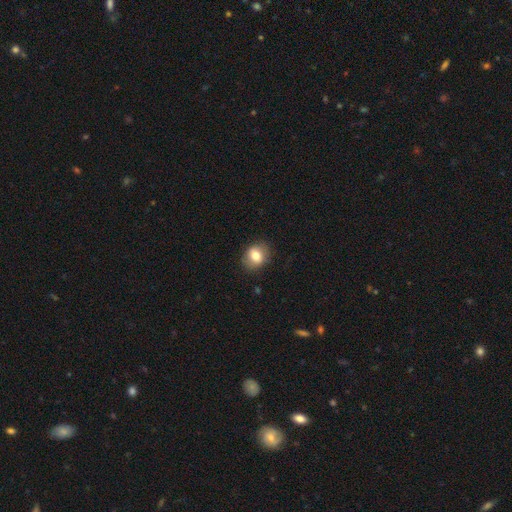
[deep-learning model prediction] Smooth or featured?
  - smooth: 76% *
  - featured or disk: 15%
  - star or artifact: 9%
How rounded?
  - round: 52% *
  - in between: 47%
  - cigar-shaped: 1%
Merging?
  - none: 81% *
  - minor disturbance: 14%
  - major disturbance: 4%
  - merger: 1%